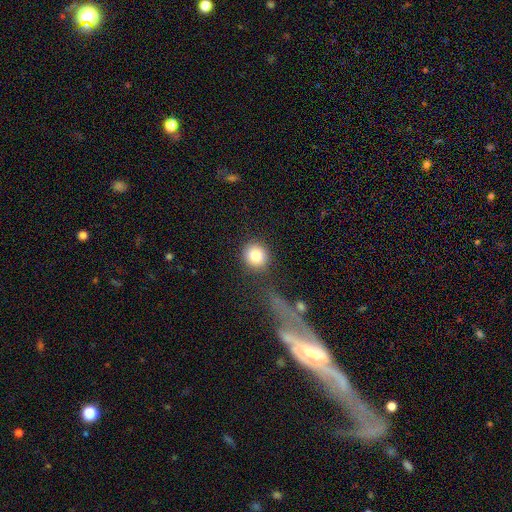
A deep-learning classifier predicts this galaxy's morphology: Overall: smooth (84%). How rounded: round (90%). Merging: none (79%).